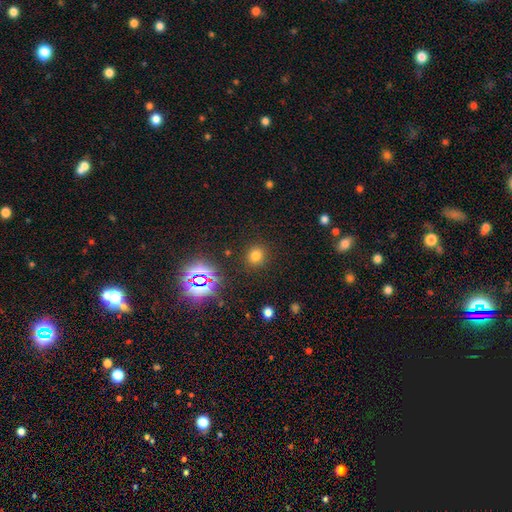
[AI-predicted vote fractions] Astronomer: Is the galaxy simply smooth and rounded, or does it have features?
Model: smooth — 71%.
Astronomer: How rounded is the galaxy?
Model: round — 84%.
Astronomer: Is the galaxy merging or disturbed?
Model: none — 88%.